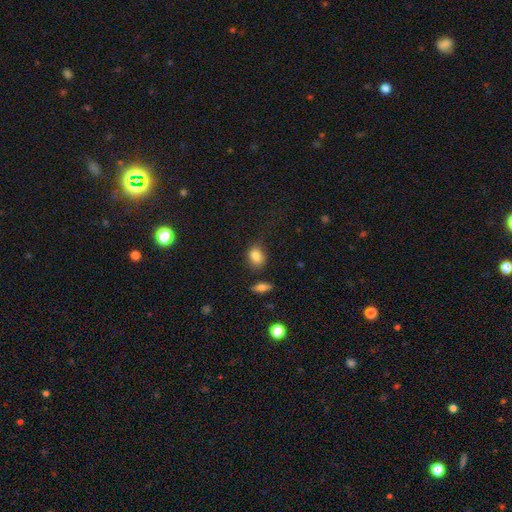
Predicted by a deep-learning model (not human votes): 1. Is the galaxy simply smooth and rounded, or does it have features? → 82% smooth, 10% star or artifact, 8% featured or disk.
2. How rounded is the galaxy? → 54% in between, 44% round, 2% cigar-shaped.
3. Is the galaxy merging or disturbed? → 63% none, 22% minor disturbance, 8% merger, 7% major disturbance.